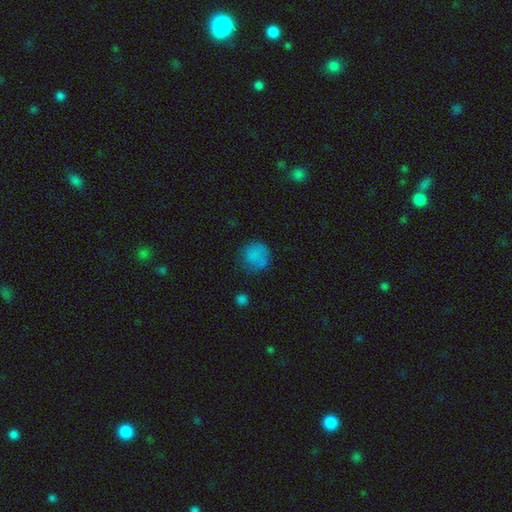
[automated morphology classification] A smooth galaxy with no disk features (78%) that is round (87%). Merging: none (60%).